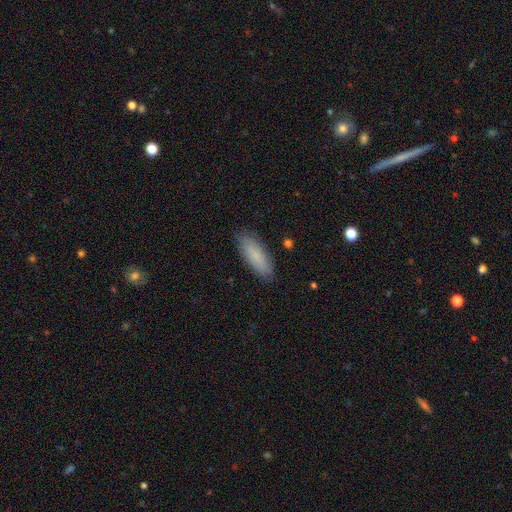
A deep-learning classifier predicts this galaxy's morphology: Q: Smooth or featured?
A: smooth (85%); runner-up: featured or disk (9%)
Q: How rounded?
A: in between (62%); runner-up: cigar-shaped (37%)
Q: Merging?
A: none (87%); runner-up: minor disturbance (10%)